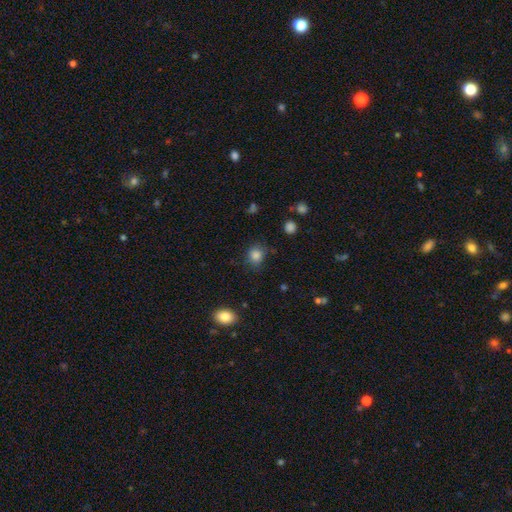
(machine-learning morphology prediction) The model was most divided on "how rounded": round: 79%, in between: 21%, cigar-shaped: 1%. More confident: smooth or featured — smooth (84%); merging — none (77%).